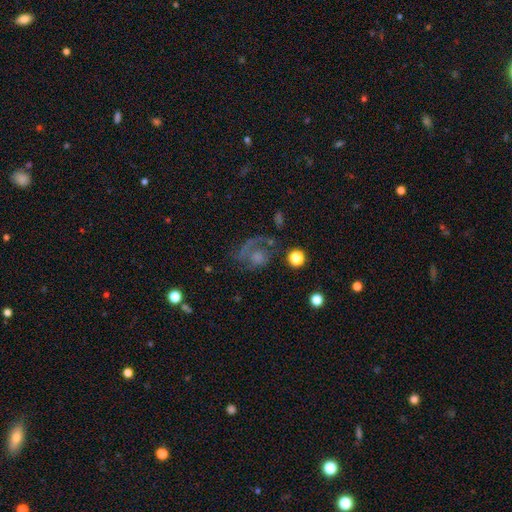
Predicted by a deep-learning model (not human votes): Overall: featured or disk (52%; smooth 31%). Edge-on disk: no (97%). Bar: no (83%). Spiral arms: yes (65%; no 35%). Bulge size: none (39%; moderate 24%). Merging: none (41%; major disturbance 36%).